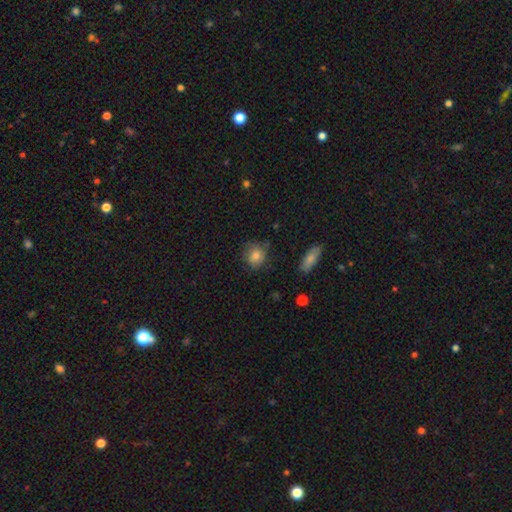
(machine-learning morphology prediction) Overall: smooth (80%). How rounded: round (80%). Merging: none (73%).